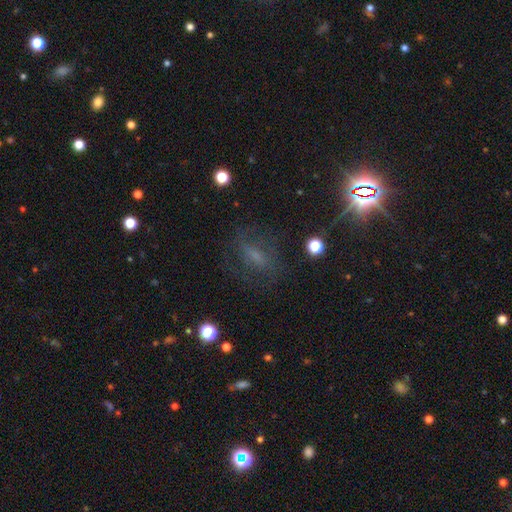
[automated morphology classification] smooth_or_featured: smooth (p=0.36) [alt: featured or disk p=0.33]
merging: none (p=0.66) [alt: minor disturbance p=0.17]